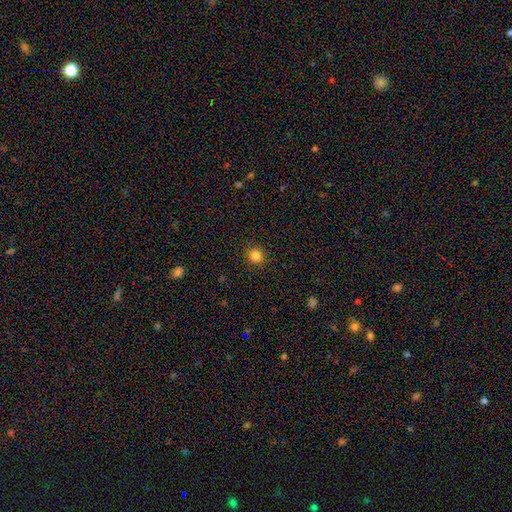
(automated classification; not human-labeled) The model was most divided on "smooth or featured": smooth: 84%, star or artifact: 12%, featured or disk: 4%. More confident: how rounded — round (93%); merging — none (91%).